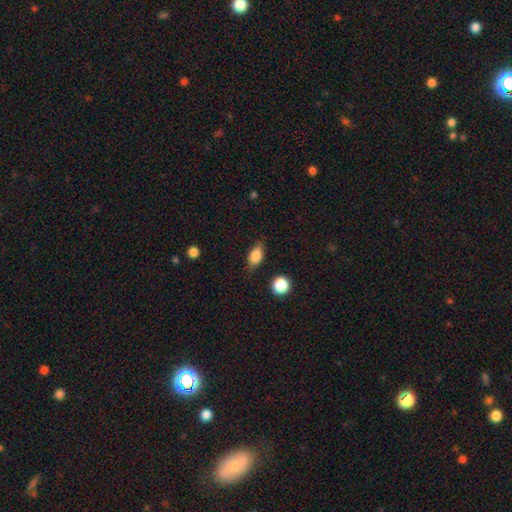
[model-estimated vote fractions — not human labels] smooth_or_featured: smooth (p=0.81) [alt: featured or disk p=0.11]
how_rounded: in between (p=0.81) [alt: round p=0.10]
merging: none (p=0.78) [alt: minor disturbance p=0.16]